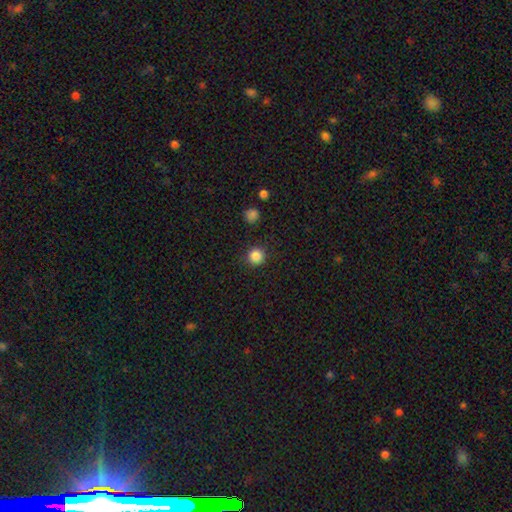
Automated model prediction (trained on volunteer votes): Smooth or featured?
  - smooth: 86% *
  - star or artifact: 11%
  - featured or disk: 4%
How rounded?
  - round: 95% *
  - in between: 5%
  - cigar-shaped: 1%
Merging?
  - none: 91% *
  - minor disturbance: 6%
  - major disturbance: 2%
  - merger: 1%